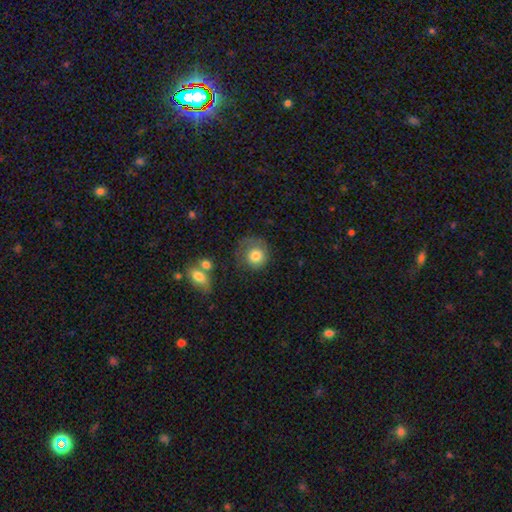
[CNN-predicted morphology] type=smooth (77%); roundness=round (86%); merging=none (52%).